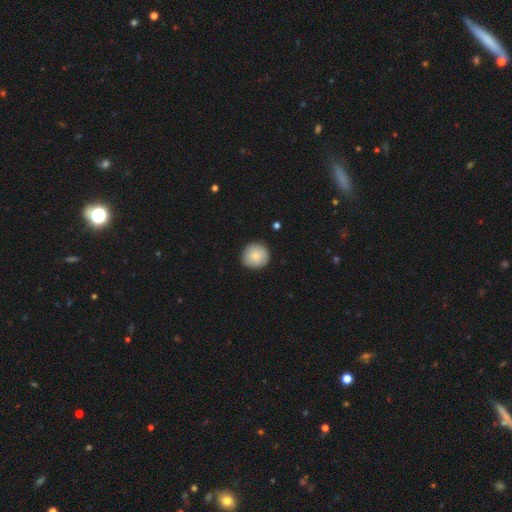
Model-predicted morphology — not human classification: A smooth galaxy with no disk features (82%) that is round (94%). Merging: none (88%).